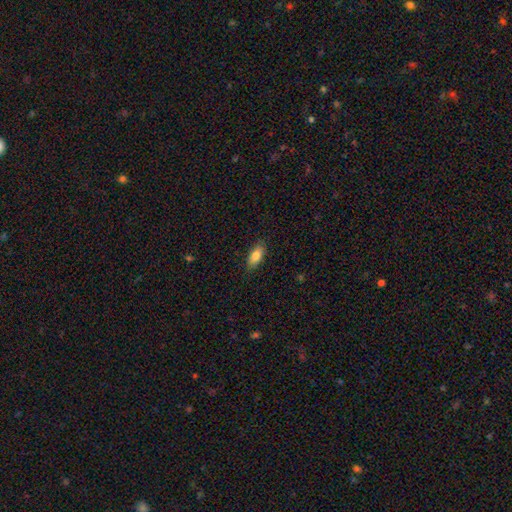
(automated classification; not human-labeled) smooth 82%, featured or disk 11%, star or artifact 7%. Down the decision tree: how rounded — in between (84%); merging — none (87%).